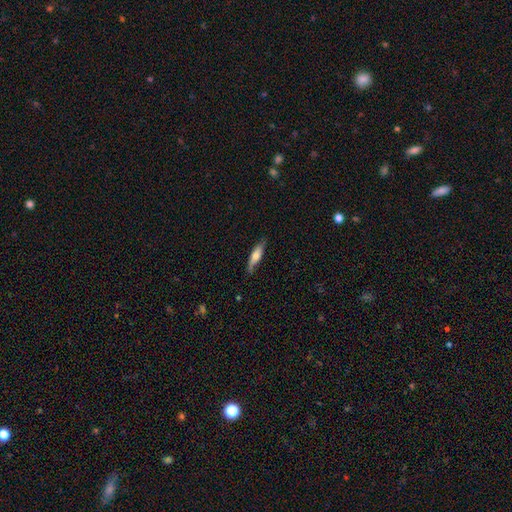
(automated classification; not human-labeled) smooth_or_featured: smooth (p=0.61) [alt: featured or disk p=0.33]
how_rounded: cigar-shaped (p=0.70) [alt: in between p=0.28]
merging: none (p=0.75) [alt: minor disturbance p=0.20]